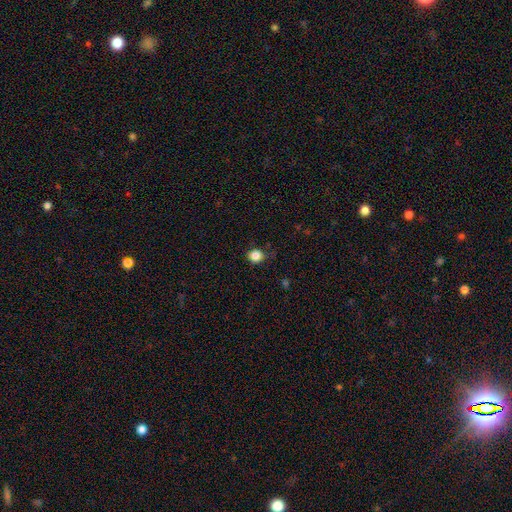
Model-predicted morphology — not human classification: A smooth galaxy with no disk features (85%) that is round (84%).

Vote fractions:
- Smooth or featured? smooth: 85% / star or artifact: 11% / featured or disk: 4%
- How rounded? round: 84% / in between: 16% / cigar-shaped: 1%
- Merging? none: 83% / minor disturbance: 13% / major disturbance: 3% / merger: 1%